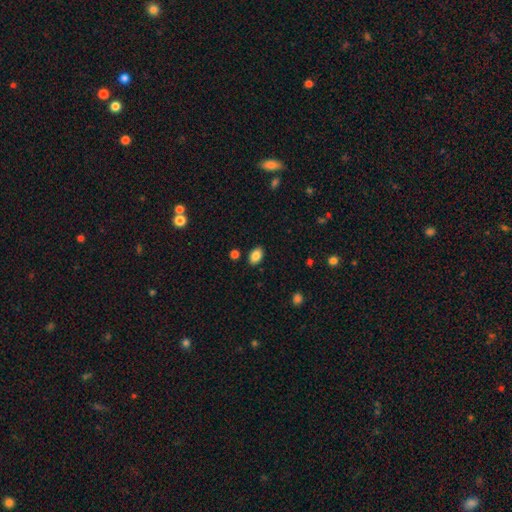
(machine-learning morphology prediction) Smooth or featured: smooth — 85% (star or artifact — 9%)
How rounded: in between — 88% (round — 11%)
Merging: none — 86% (minor disturbance — 9%)